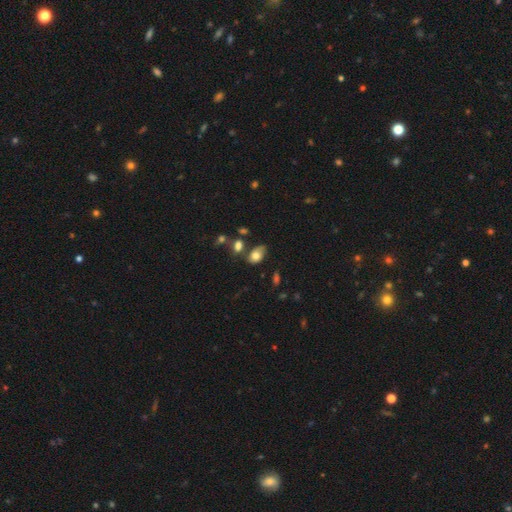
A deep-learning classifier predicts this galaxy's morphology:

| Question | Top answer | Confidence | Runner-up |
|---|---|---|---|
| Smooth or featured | smooth | 74% | featured or disk (17%) |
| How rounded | in between | 88% | round (11%) |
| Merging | none | 55% | minor disturbance (25%) |